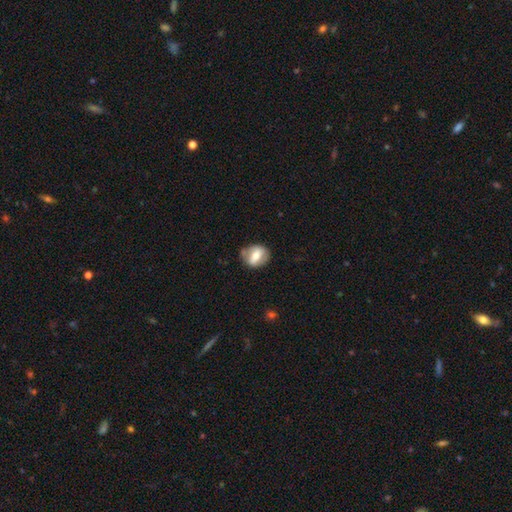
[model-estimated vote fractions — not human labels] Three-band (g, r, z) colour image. It shows a smooth galaxy with no disk features (52%) that is in between round and cigar-shaped (49%, tied with round). Merging: none (70%).